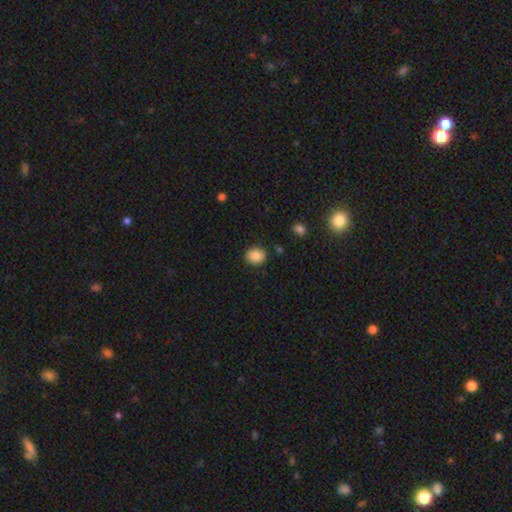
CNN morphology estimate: Smooth or featured: smooth — 85% (star or artifact — 9%)
How rounded: round — 71% (in between — 28%)
Merging: none — 88% (minor disturbance — 8%)